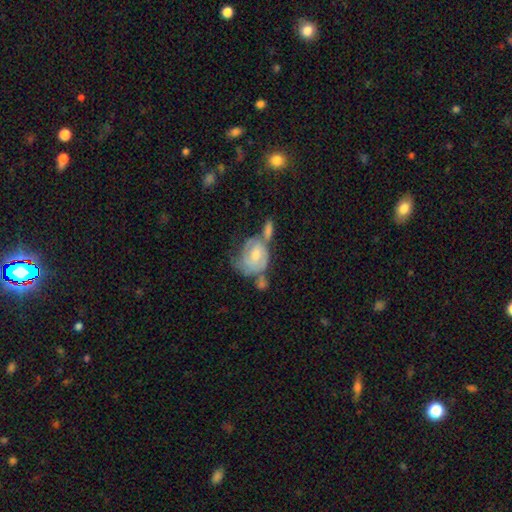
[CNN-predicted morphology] type=featured or disk (64%); edge-on=no (97%); bar=no (60%); spiral arms=yes (79%); bulge=moderate (54%); merging=merger (35%).